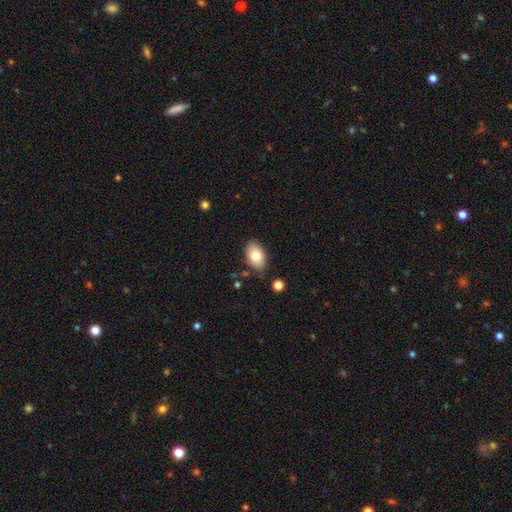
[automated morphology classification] Smooth or featured?
  - smooth: 78% *
  - featured or disk: 15%
  - star or artifact: 7%
How rounded?
  - in between: 90% *
  - round: 9%
  - cigar-shaped: 1%
Merging?
  - none: 82% *
  - minor disturbance: 12%
  - merger: 3%
  - major disturbance: 3%